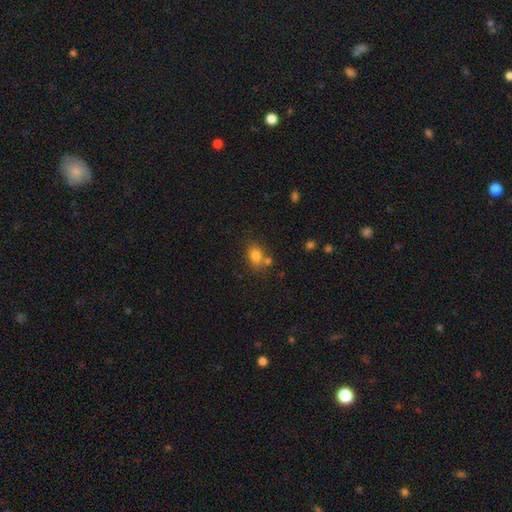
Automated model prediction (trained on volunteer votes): This is clearly a smooth galaxy (81%). How rounded: likely in between (65%). Merging: likely none (63%).